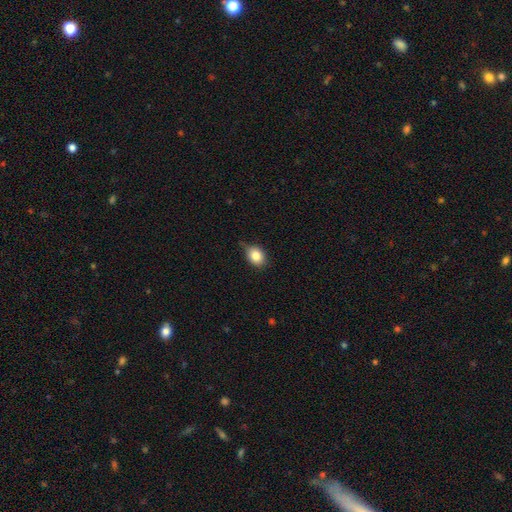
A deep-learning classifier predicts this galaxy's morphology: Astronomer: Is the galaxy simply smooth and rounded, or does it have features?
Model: smooth — 84%.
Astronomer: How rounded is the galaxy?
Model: in between — 53% (runner-up: round, 46%).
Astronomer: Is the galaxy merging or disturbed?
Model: none — 69%.